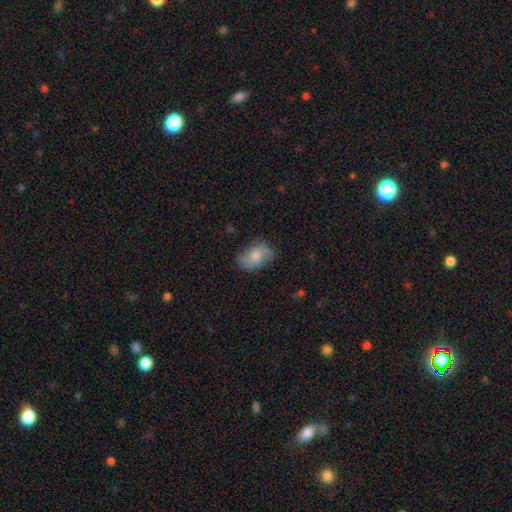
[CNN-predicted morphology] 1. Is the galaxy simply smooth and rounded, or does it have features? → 48% smooth, 43% featured or disk, 8% star or artifact.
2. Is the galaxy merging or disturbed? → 69% none, 22% minor disturbance, 8% major disturbance, 2% merger.